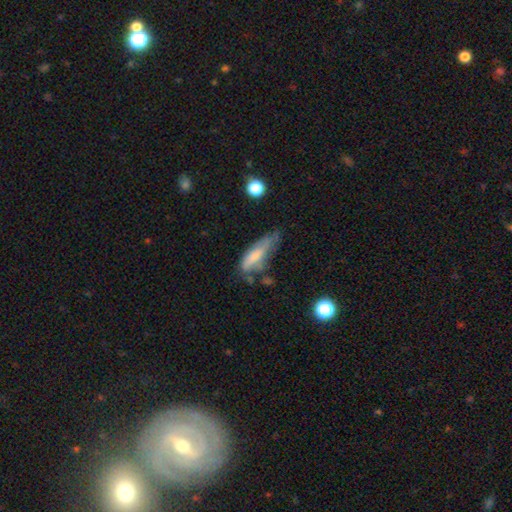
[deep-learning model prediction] This is likely a smooth galaxy (64%). How rounded: possibly cigar-shaped (53%). Merging: marginally minor disturbance (37%).